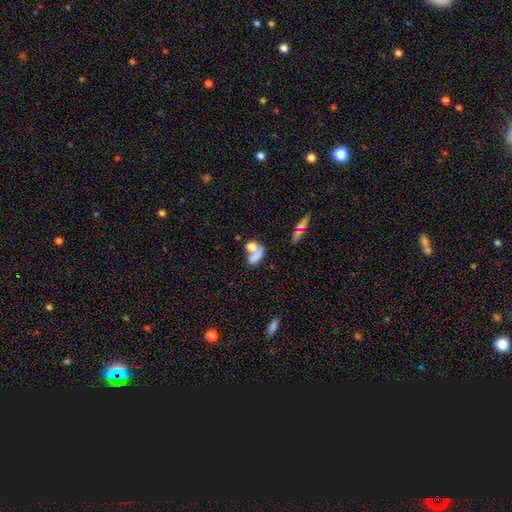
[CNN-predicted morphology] smooth 69%, featured or disk 18%, star or artifact 13%. Down the decision tree: how rounded — in between (64%); merging — merger (42%).